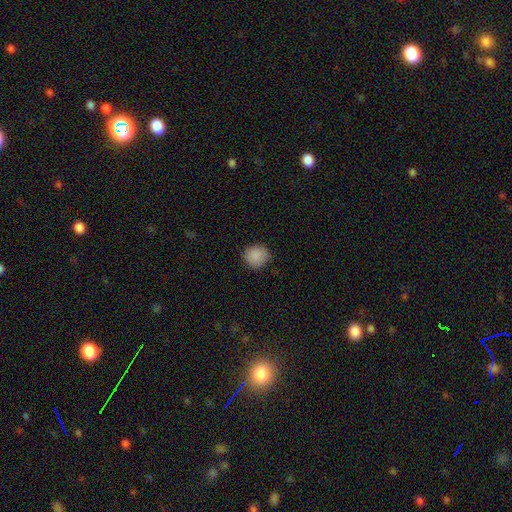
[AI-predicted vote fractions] Smooth or featured: smooth — 88% (star or artifact — 8%)
How rounded: round — 88% (in between — 11%)
Merging: none — 86% (minor disturbance — 10%)